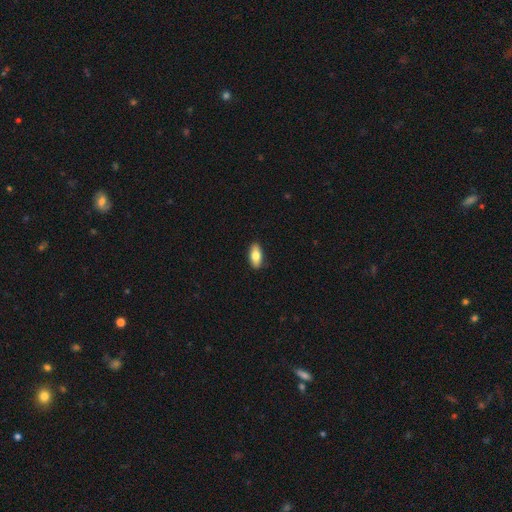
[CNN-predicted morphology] Q: Smooth or featured?
A: smooth (78%); runner-up: featured or disk (16%)
Q: How rounded?
A: in between (86%); runner-up: cigar-shaped (11%)
Q: Merging?
A: none (89%); runner-up: minor disturbance (9%)